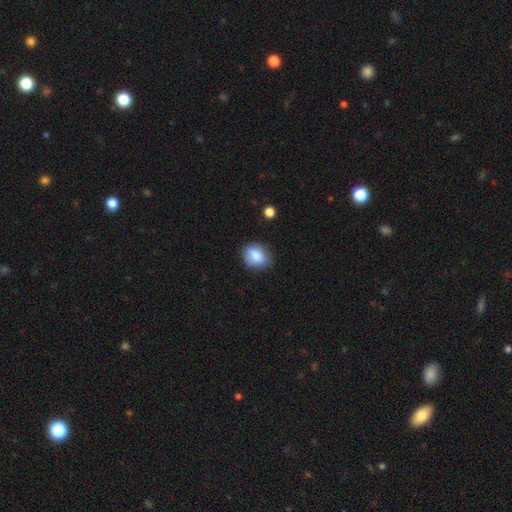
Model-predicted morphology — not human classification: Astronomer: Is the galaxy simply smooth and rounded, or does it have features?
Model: smooth — 83%.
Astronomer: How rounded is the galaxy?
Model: in between — 53% (runner-up: round, 45%).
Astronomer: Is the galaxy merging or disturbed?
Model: none — 76%.